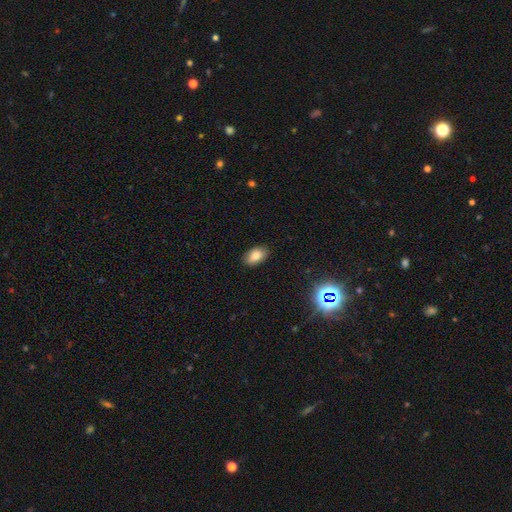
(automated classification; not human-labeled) This appears to be a smooth galaxy with no disk features (82%) that is in between round and cigar-shaped (91%). Merging: none (87%).